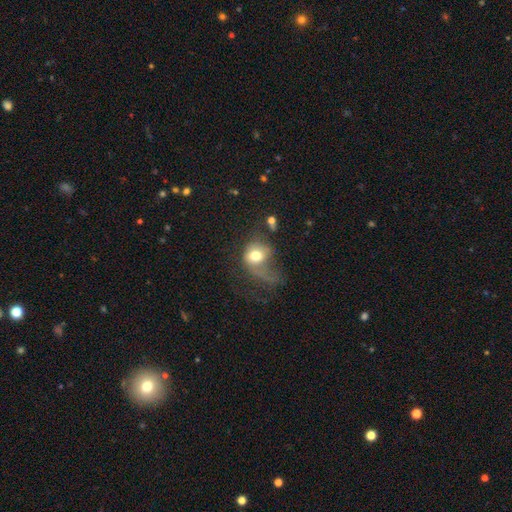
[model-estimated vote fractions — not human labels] A smooth galaxy with no disk features (66%) that is round (54%). Merging: major disturbance (56%).